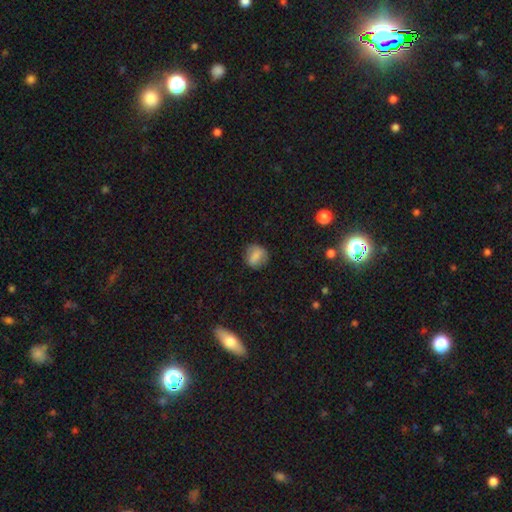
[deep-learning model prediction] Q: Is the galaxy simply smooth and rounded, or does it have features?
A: smooth — 78%.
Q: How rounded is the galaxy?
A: round — 75%.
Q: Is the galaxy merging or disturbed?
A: none — 80%.